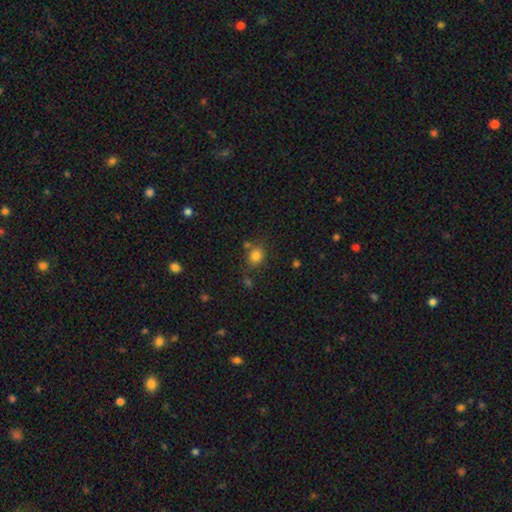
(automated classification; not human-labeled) Smooth or featured? smooth (81%)
How rounded? round (66%)
Merging? none (70%)